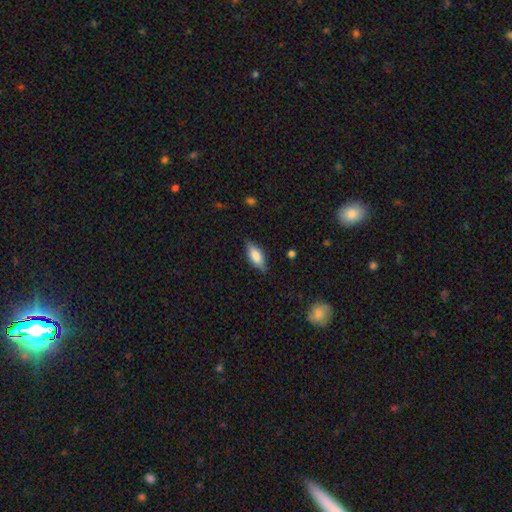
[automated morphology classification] smooth_or_featured: smooth (p=0.73) [alt: featured or disk p=0.21]
how_rounded: in between (p=0.74) [alt: cigar-shaped p=0.23]
merging: none (p=0.81) [alt: minor disturbance p=0.15]